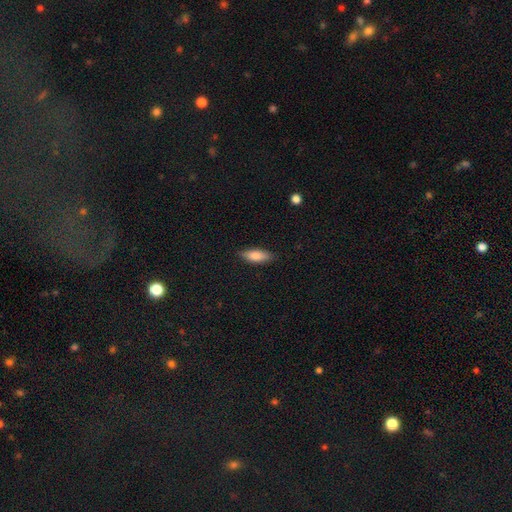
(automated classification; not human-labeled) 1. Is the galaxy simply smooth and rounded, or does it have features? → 81% smooth, 13% featured or disk, 6% star or artifact.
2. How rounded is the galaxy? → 68% in between, 29% cigar-shaped, 2% round.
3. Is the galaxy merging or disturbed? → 85% none, 12% minor disturbance, 2% major disturbance, 1% merger.